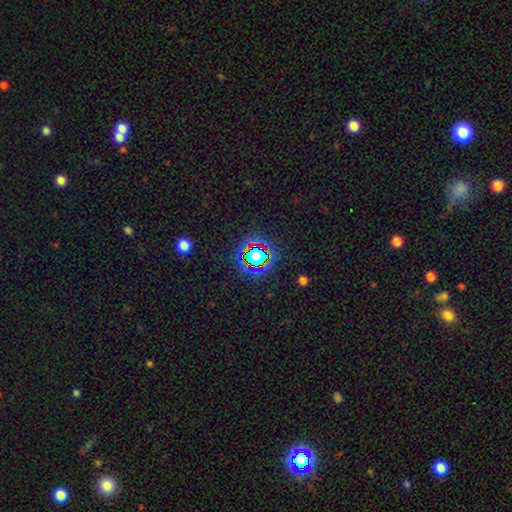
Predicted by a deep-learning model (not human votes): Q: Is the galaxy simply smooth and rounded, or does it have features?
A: star or artifact — 66%.